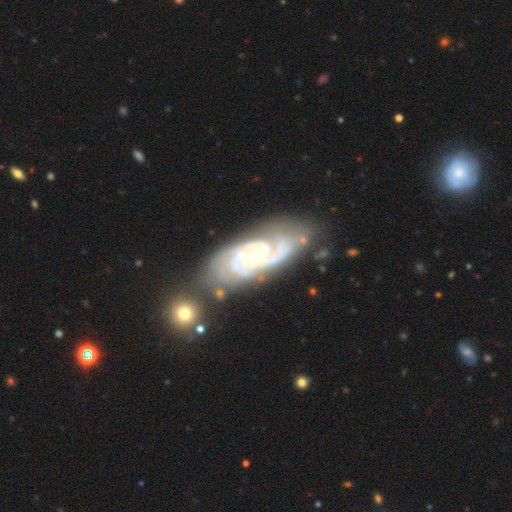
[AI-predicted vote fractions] Smooth or featured?
  - featured or disk: 91% *
  - star or artifact: 5%
  - smooth: 4%
Edge-on disk?
  - no: 95% *
  - yes: 5%
Bar?
  - no: 60% *
  - weak: 29%
  - strong: 11%
Spiral arms?
  - yes: 98% *
  - no: 2%
Spiral winding?
  - tight: 71% *
  - medium: 25%
  - loose: 4%
Spiral arm count?
  - 2: 54% *
  - 3: 21%
  - can't tell: 12%
  - 4: 5%
  - 1: 4%
  - more than 4: 4%
Bulge size?
  - small: 50% *
  - moderate: 46%
  - large: 2%
  - none: 1%
  - dominant: 1%
Merging?
  - none: 70% *
  - minor disturbance: 19%
  - major disturbance: 6%
  - merger: 5%